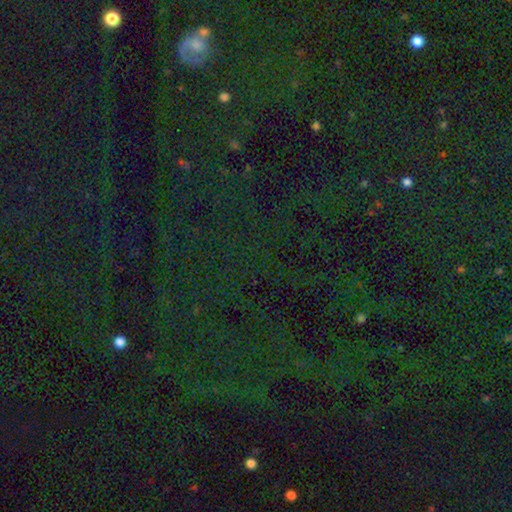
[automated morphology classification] Smooth or featured? star or artifact (83%)